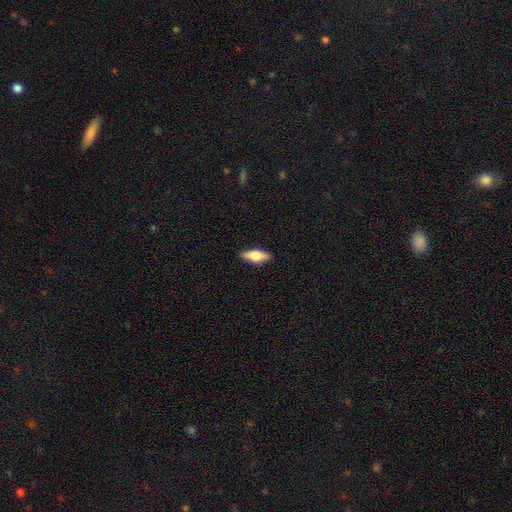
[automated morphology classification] Smooth or featured?
  - smooth: 60% *
  - featured or disk: 34%
  - star or artifact: 6%
How rounded?
  - in between: 66% *
  - cigar-shaped: 31%
  - round: 3%
Merging?
  - none: 89% *
  - minor disturbance: 8%
  - major disturbance: 2%
  - merger: 1%